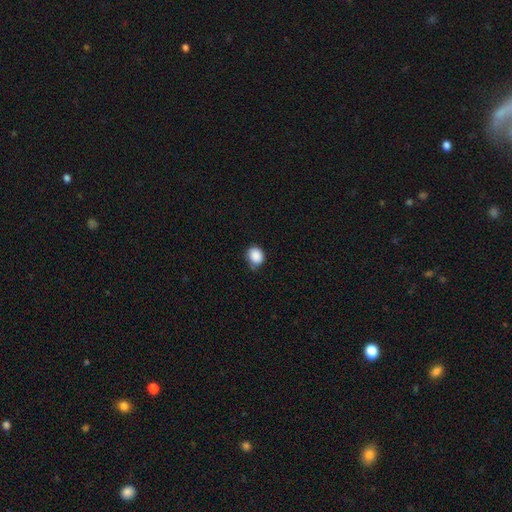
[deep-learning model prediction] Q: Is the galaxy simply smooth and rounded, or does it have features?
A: smooth — 88%.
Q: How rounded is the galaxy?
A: round — 66%.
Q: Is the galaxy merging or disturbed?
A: none — 61%.